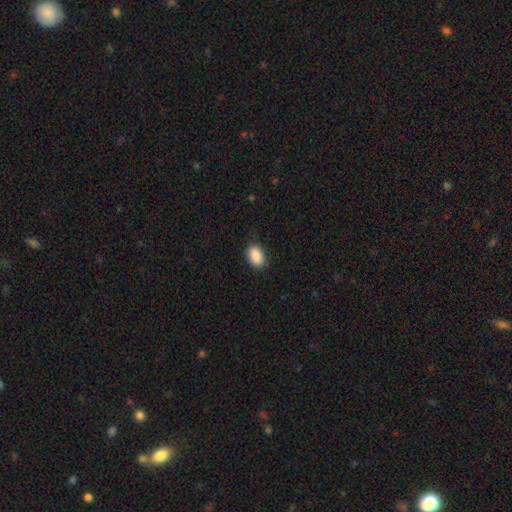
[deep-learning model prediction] A smooth galaxy with no disk features (90%) that is in between round and cigar-shaped (84%). Merging: none (85%).